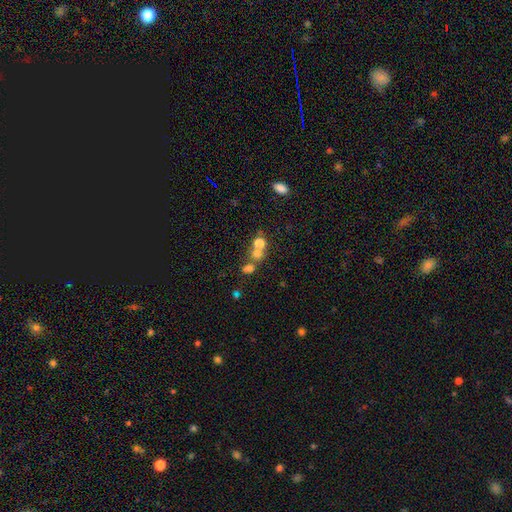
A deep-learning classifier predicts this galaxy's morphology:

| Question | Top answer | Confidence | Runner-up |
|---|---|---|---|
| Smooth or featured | smooth | 51% | star or artifact (28%) |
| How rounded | round | 74% | in between (23%) |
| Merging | merger | 51% | none (38%) |